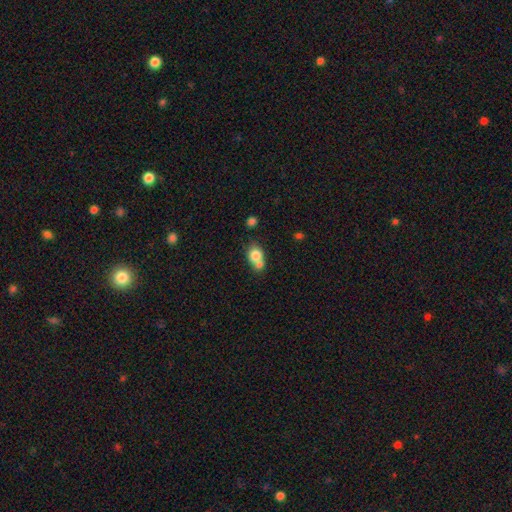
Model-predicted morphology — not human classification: Smooth or featured? smooth (77%)
How rounded? round (55%)
Merging? merger (51%)